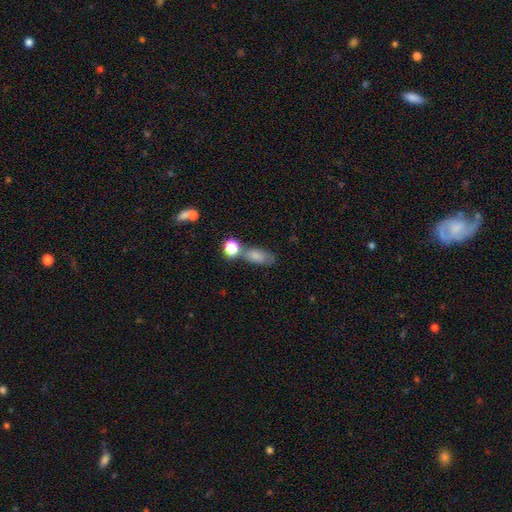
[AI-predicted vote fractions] The model was most divided on "merging": none: 51%, merger: 25%, minor disturbance: 17%, major disturbance: 8%. More confident: smooth or featured — smooth (77%); how rounded — in between (74%).